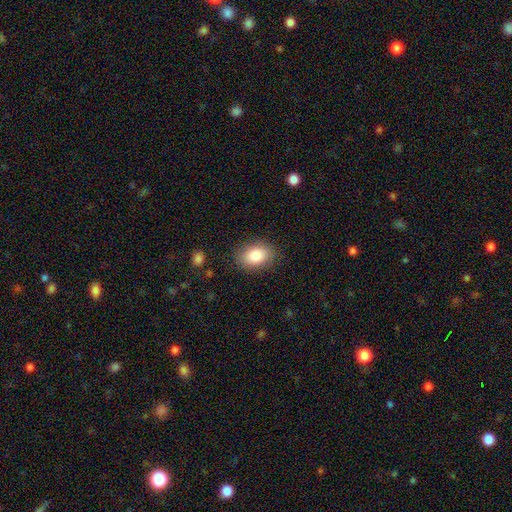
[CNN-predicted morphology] This is clearly a smooth galaxy (83%). How rounded: likely in between (80%). Merging: clearly none (85%).